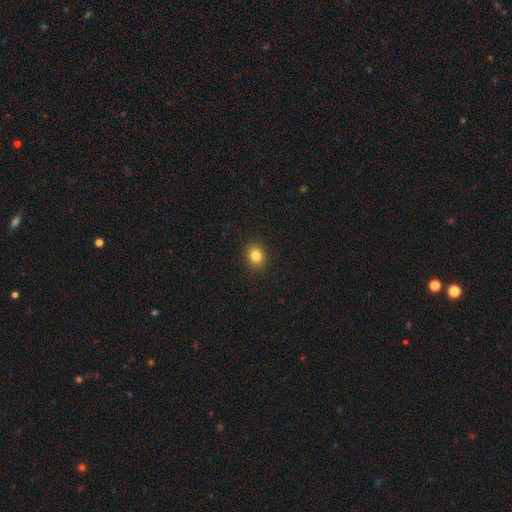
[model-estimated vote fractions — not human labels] Smooth or featured?
  - smooth: 83% *
  - star or artifact: 11%
  - featured or disk: 6%
How rounded?
  - round: 63% *
  - in between: 37%
  - cigar-shaped: 1%
Merging?
  - none: 91% *
  - minor disturbance: 6%
  - major disturbance: 2%
  - merger: 1%